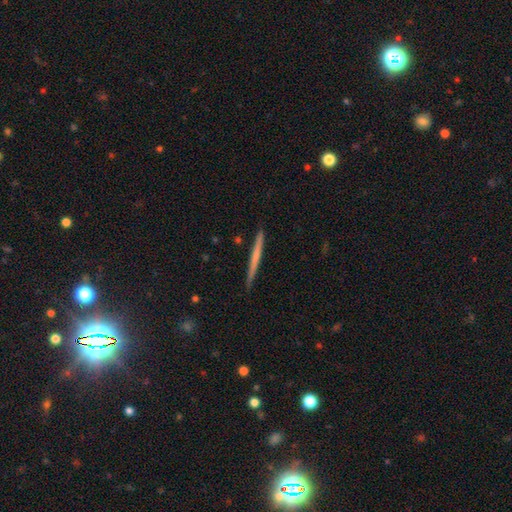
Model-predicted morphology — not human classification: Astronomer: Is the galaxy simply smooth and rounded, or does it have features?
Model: smooth — 48% (runner-up: featured or disk, 47%).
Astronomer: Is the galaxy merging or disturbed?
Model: none — 90%.